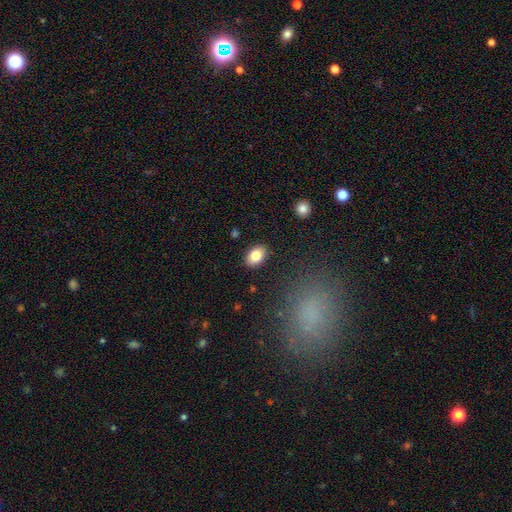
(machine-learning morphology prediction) Smooth or featured? smooth (83%)
How rounded? in between (87%)
Merging? none (89%)